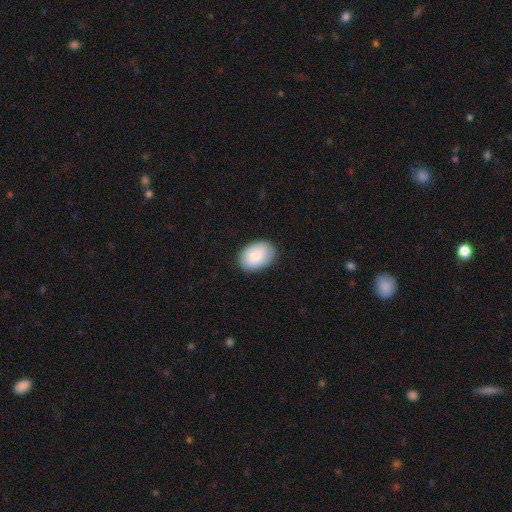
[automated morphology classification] The model was most divided on "how rounded": in between: 81%, round: 18%, cigar-shaped: 1%. More confident: merging — none (85%); smooth or featured — smooth (81%).